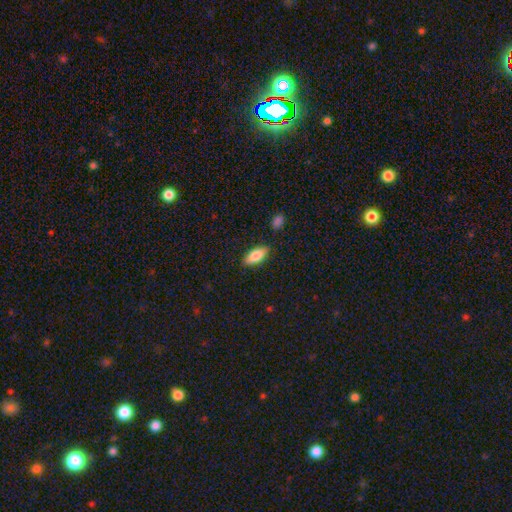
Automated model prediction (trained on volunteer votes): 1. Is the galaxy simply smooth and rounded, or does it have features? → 78% smooth, 16% featured or disk, 7% star or artifact.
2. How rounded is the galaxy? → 80% in between, 17% cigar-shaped, 2% round.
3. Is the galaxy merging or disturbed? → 85% none, 10% minor disturbance, 2% major disturbance, 2% merger.